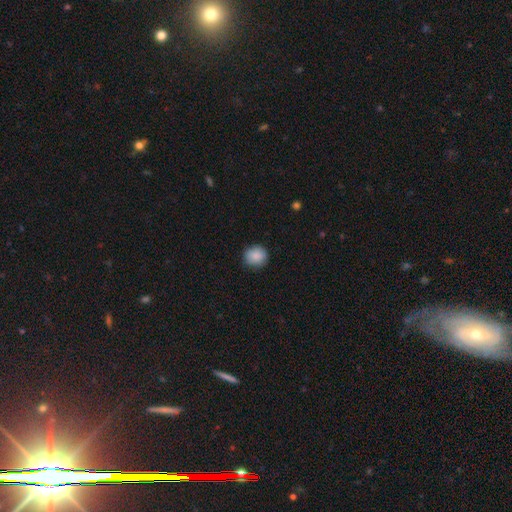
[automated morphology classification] smooth 88%, star or artifact 8%, featured or disk 4%. Down the decision tree: how rounded — round (83%); merging — none (85%).